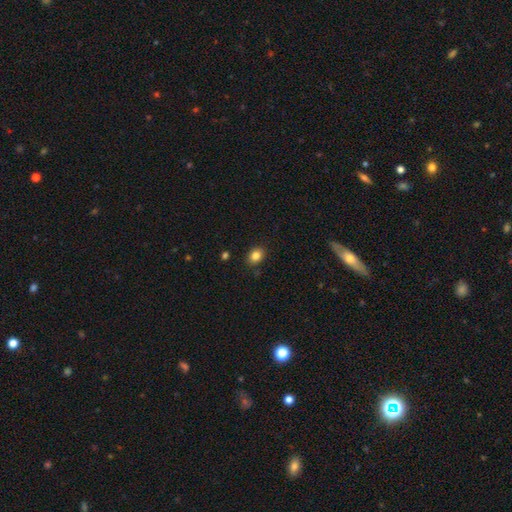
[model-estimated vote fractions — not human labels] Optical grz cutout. It shows a smooth galaxy with no disk features (84%) that is in between round and cigar-shaped (60%). Merging: none (87%).